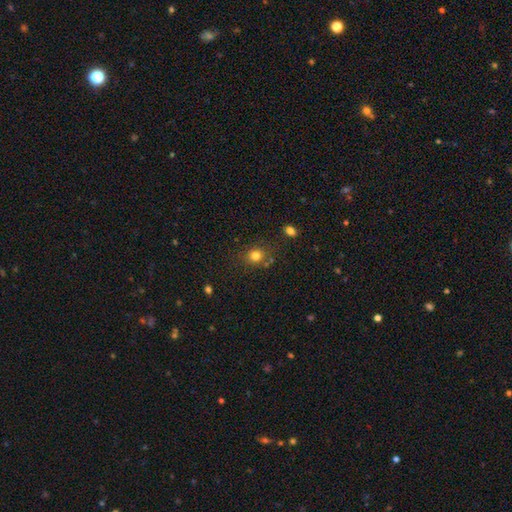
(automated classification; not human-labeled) A smooth galaxy with no disk features (79%) that is round (77%). Merging: none (75%).